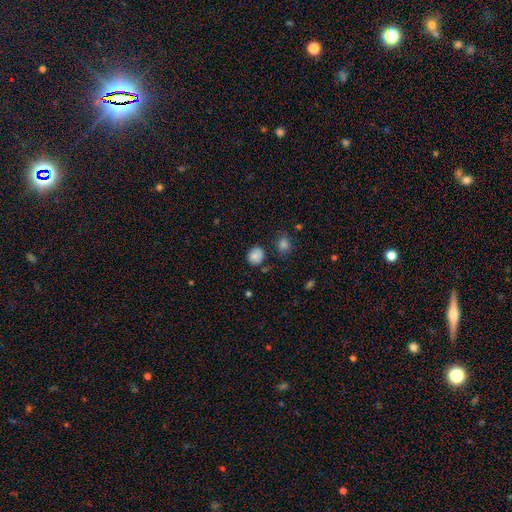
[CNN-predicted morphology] Smooth or featured: smooth — 83% (star or artifact — 10%)
How rounded: round — 77% (in between — 22%)
Merging: none — 76% (minor disturbance — 16%)